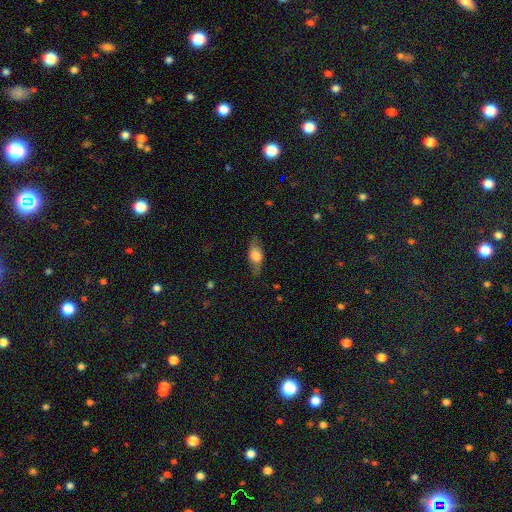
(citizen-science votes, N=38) This is likely a smooth galaxy (68%). How rounded: likely in between (73%). Merging: likely none (69%).